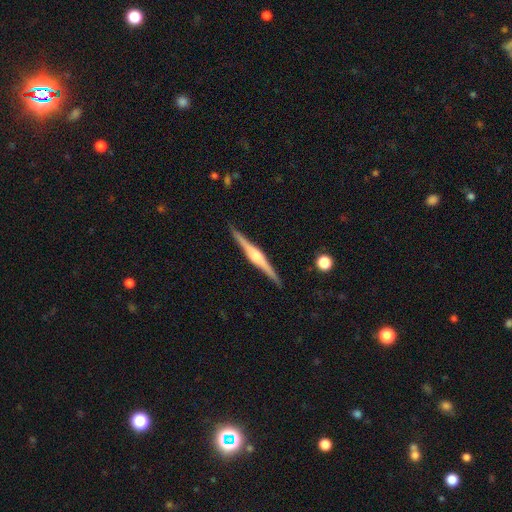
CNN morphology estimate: Smooth or featured? featured or disk (84%)
Edge-on disk? yes (99%)
Edge-on bulge? rounded (81%)
Merging? none (91%)